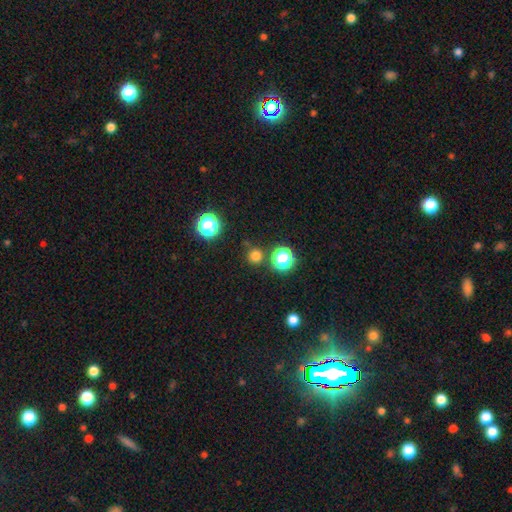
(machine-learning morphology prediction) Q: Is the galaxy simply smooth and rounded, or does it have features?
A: smooth — 73%.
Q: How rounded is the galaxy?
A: round — 94%.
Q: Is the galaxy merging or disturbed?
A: none — 85%.